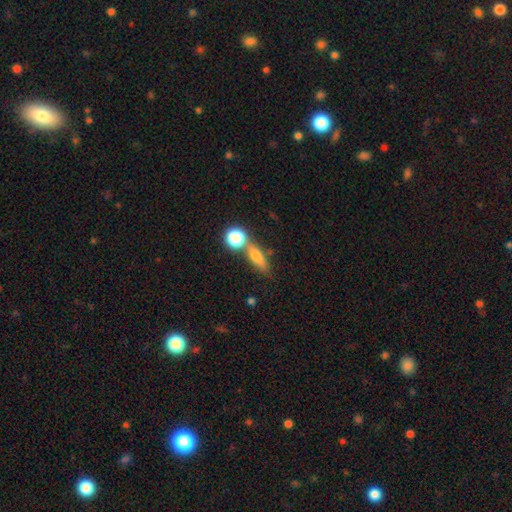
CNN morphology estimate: This appears to be a smooth galaxy with no disk features (69%) that is in between round and cigar-shaped (44%). Merging: none (54%).